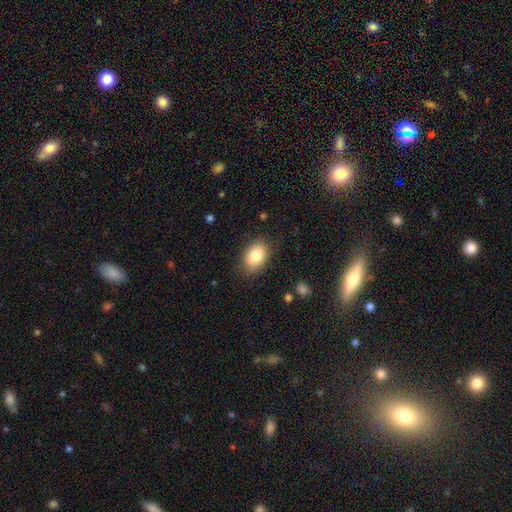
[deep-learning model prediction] A smooth galaxy with no disk features (83%) that is in between round and cigar-shaped (84%).

Vote fractions:
- Smooth or featured? smooth: 83% / featured or disk: 9% / star or artifact: 8%
- How rounded? in between: 84% / round: 15% / cigar-shaped: 1%
- Merging? none: 84% / minor disturbance: 12% / major disturbance: 3% / merger: 1%